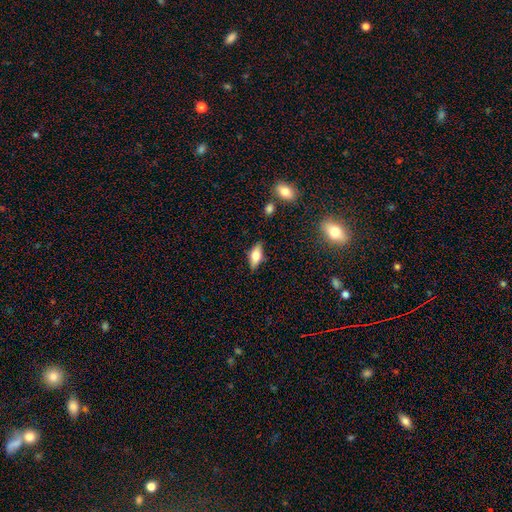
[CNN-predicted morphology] Smooth or featured?
  - smooth: 60% *
  - featured or disk: 32%
  - star or artifact: 8%
How rounded?
  - in between: 77% *
  - cigar-shaped: 19%
  - round: 4%
Merging?
  - none: 82% *
  - minor disturbance: 13%
  - major disturbance: 3%
  - merger: 2%